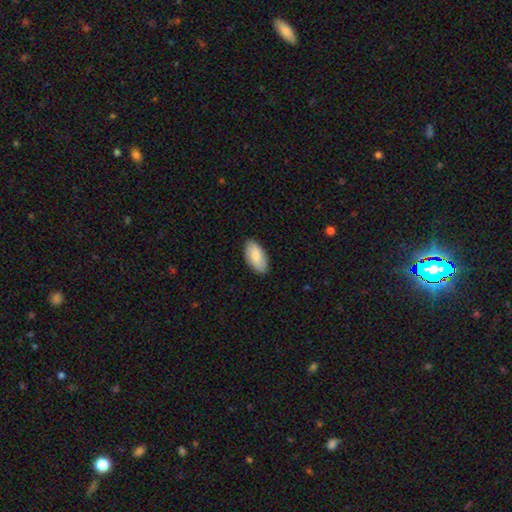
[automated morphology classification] Overall: smooth (80%). How rounded: in between (95%). Merging: none (87%).